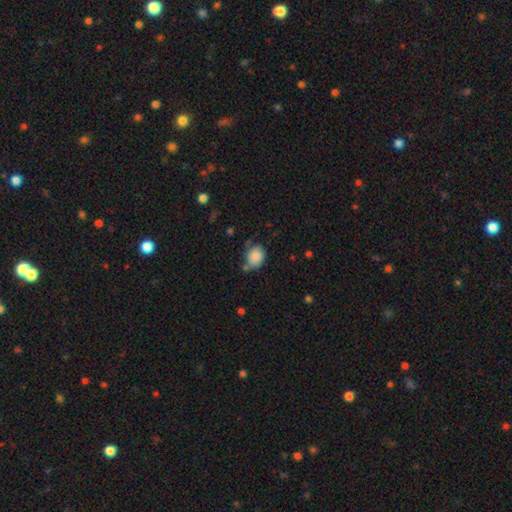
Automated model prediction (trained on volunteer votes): Smooth or featured? smooth (86%)
How rounded? in between (50%)
Merging? none (57%)